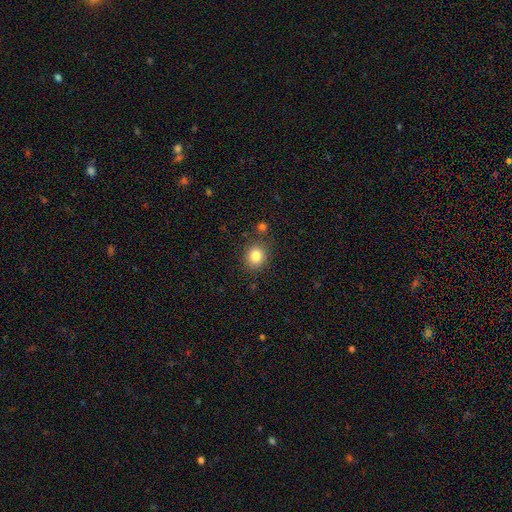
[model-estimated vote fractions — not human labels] smooth_or_featured: smooth (p=0.83) [alt: star or artifact p=0.11]
how_rounded: round (p=0.77) [alt: in between p=0.22]
merging: none (p=0.81) [alt: minor disturbance p=0.11]